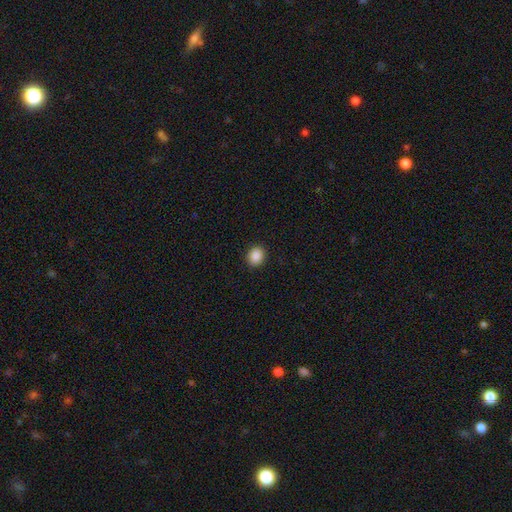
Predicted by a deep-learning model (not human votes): Smooth or featured? smooth (88%)
How rounded? round (70%)
Merging? none (91%)